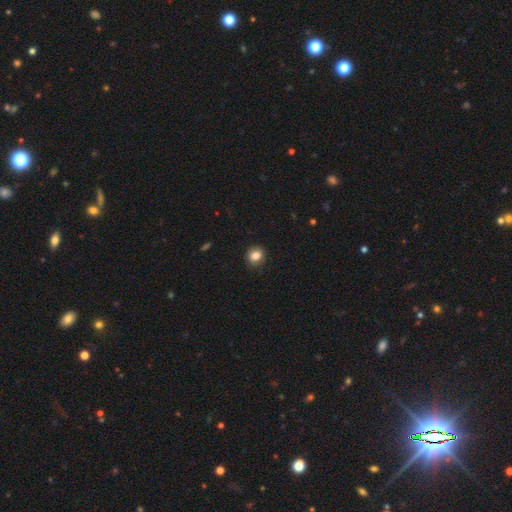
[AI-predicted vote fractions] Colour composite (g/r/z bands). It shows a smooth galaxy with no disk features (82%) that is round (81%). Merging: none (89%).